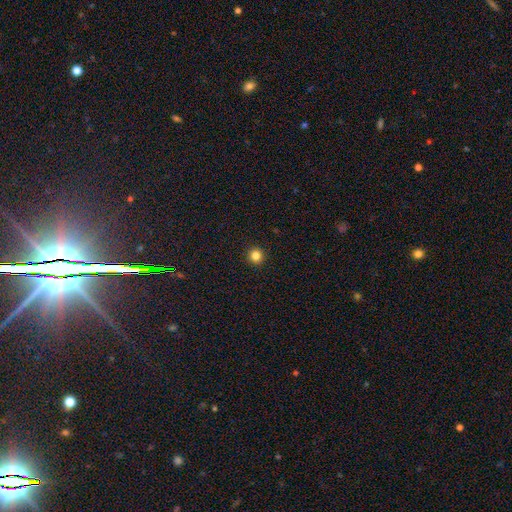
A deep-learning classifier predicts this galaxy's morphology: The model was most divided on "smooth or featured": smooth: 84%, star or artifact: 12%, featured or disk: 4%. More confident: how rounded — round (95%); merging — none (94%).